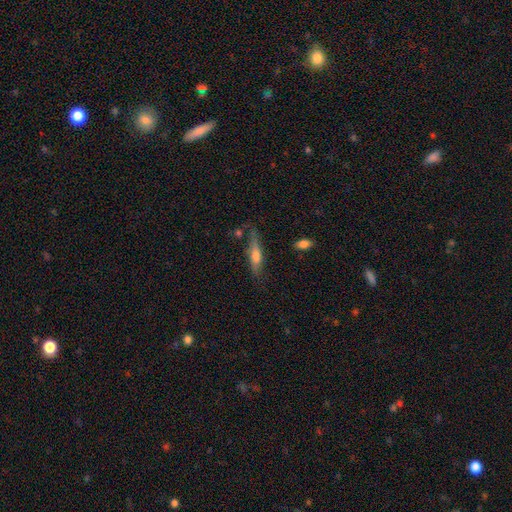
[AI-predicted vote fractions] Smooth or featured?
  - smooth: 53% *
  - featured or disk: 39%
  - star or artifact: 8%
How rounded?
  - cigar-shaped: 71% *
  - in between: 26%
  - round: 3%
Merging?
  - none: 63% *
  - minor disturbance: 23%
  - major disturbance: 9%
  - merger: 5%